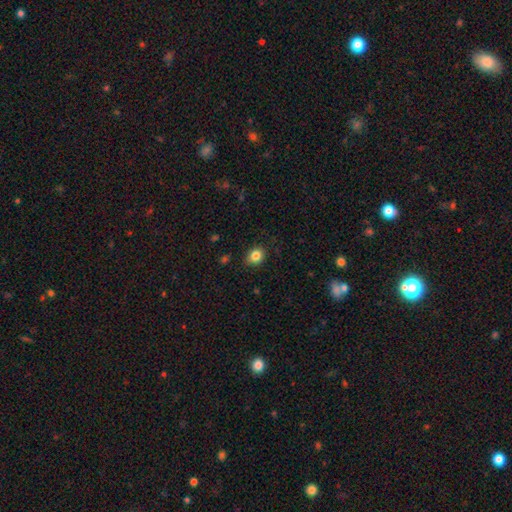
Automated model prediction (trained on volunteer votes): smooth 84%, star or artifact 10%, featured or disk 5%. Down the decision tree: how rounded — round (60%); merging — none (84%).